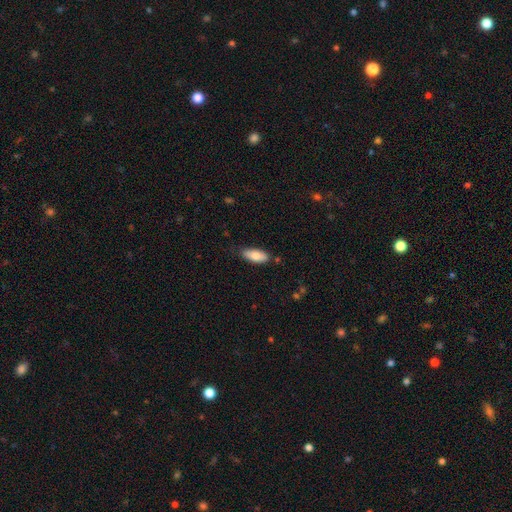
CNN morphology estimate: Smooth or featured?
  - smooth: 82% *
  - featured or disk: 11%
  - star or artifact: 6%
How rounded?
  - in between: 84% *
  - cigar-shaped: 14%
  - round: 2%
Merging?
  - none: 75% *
  - minor disturbance: 20%
  - major disturbance: 3%
  - merger: 2%